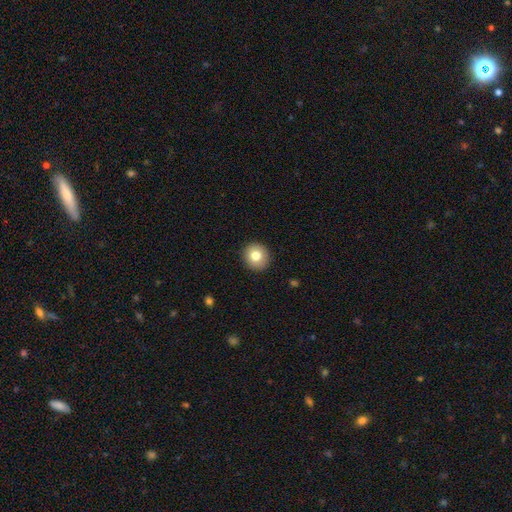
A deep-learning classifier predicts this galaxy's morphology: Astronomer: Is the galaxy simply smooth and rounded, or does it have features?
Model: smooth — 79%.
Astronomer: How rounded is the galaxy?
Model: round — 89%.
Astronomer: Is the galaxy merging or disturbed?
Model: none — 92%.